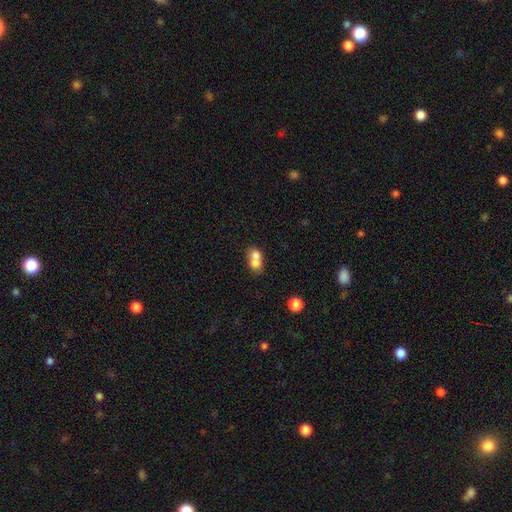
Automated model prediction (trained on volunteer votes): A smooth galaxy with no disk features (71%) that is round (57%).

Vote fractions:
- Smooth or featured? smooth: 71% / featured or disk: 19% / star or artifact: 10%
- How rounded? round: 57% / in between: 42% / cigar-shaped: 2%
- Merging? merger: 71% / none: 21% / minor disturbance: 5% / major disturbance: 3%